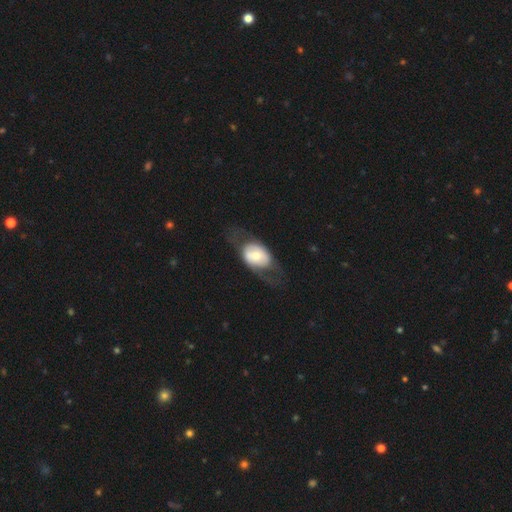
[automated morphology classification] Q: Smooth or featured?
A: featured or disk (50%); runner-up: smooth (44%)
Q: Edge-on disk?
A: no (86%); runner-up: yes (14%)
Q: Merging?
A: none (57%); runner-up: major disturbance (22%)